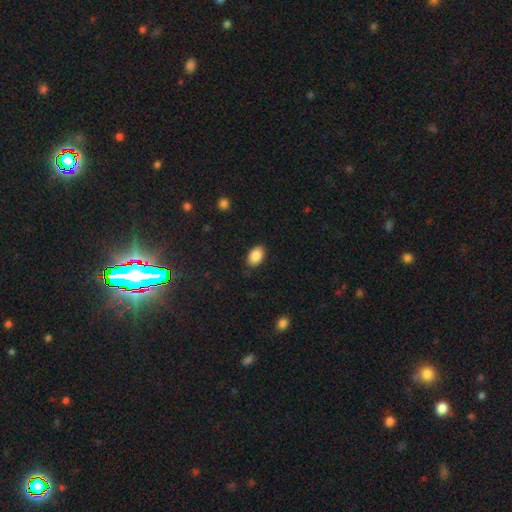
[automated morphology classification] smooth 87%, star or artifact 7%, featured or disk 6%. Down the decision tree: how rounded — in between (90%); merging — none (85%).